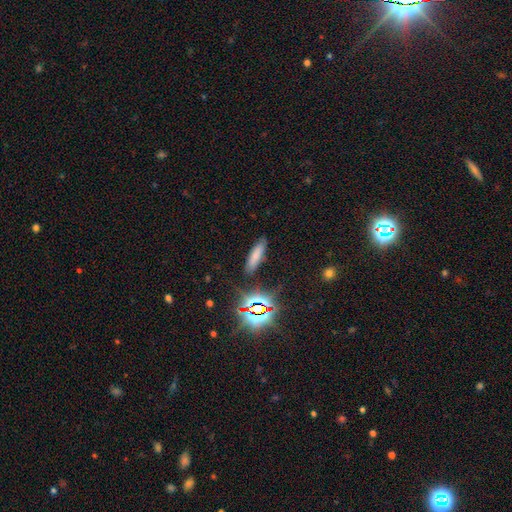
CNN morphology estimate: Smooth or featured? Predicted: smooth (p=0.70). How rounded? Predicted: cigar-shaped (p=0.64). Merging? Predicted: none (p=0.83).